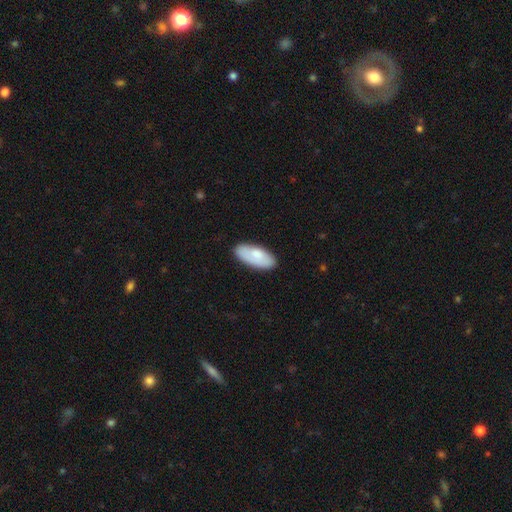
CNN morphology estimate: Smooth or featured: smooth — 77% (featured or disk — 18%)
How rounded: in between — 87% (cigar-shaped — 11%)
Merging: none — 79% (minor disturbance — 16%)